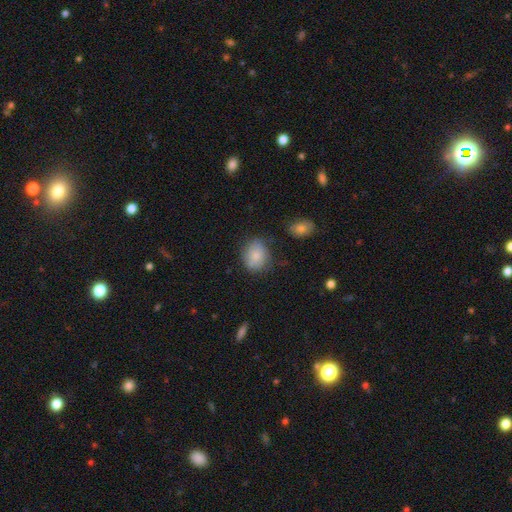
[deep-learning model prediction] Q: Smooth or featured?
A: smooth (81%); runner-up: featured or disk (11%)
Q: How rounded?
A: in between (50%); runner-up: round (49%)
Q: Merging?
A: none (65%); runner-up: minor disturbance (23%)